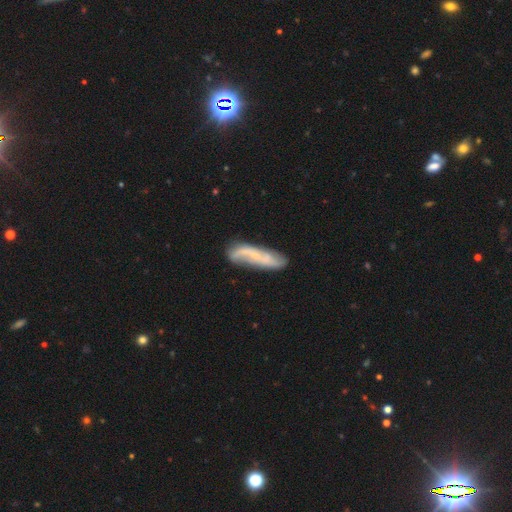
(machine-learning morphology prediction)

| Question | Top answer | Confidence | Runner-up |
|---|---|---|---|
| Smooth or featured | featured or disk | 63% | smooth (30%) |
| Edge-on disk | no | 80% | yes (20%) |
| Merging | none | 65% | minor disturbance (21%) |